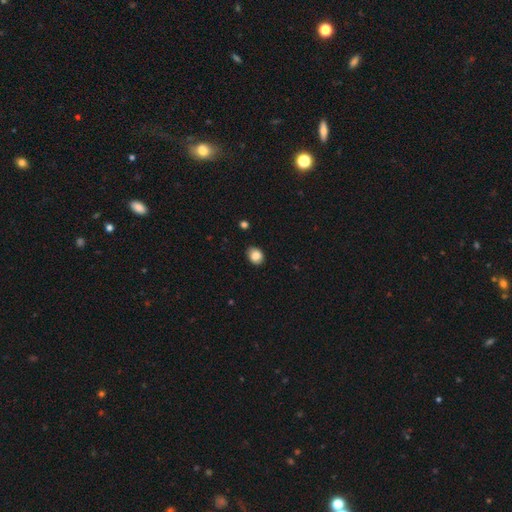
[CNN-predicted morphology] Smooth or featured?
  - smooth: 87% *
  - star or artifact: 9%
  - featured or disk: 5%
How rounded?
  - in between: 52% *
  - round: 47%
  - cigar-shaped: 1%
Merging?
  - none: 87% *
  - minor disturbance: 10%
  - major disturbance: 2%
  - merger: 1%